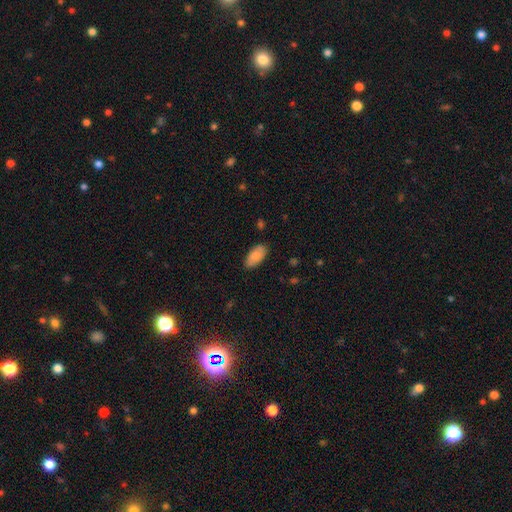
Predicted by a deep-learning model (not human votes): smooth 83%, featured or disk 10%, star or artifact 7%. Down the decision tree: how rounded — in between (93%); merging — none (84%).